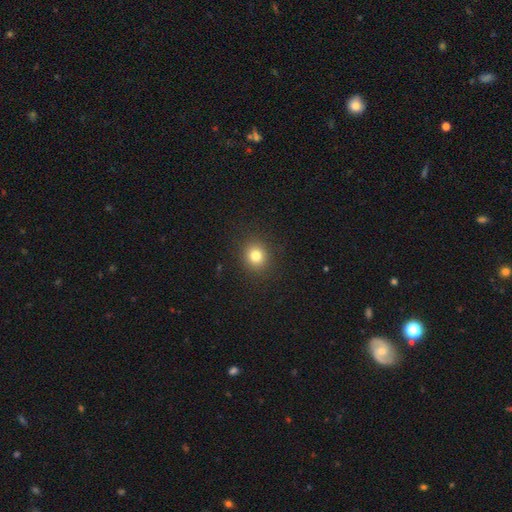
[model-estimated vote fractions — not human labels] smooth_or_featured: smooth (p=0.80) [alt: star or artifact p=0.13]
how_rounded: round (p=0.83) [alt: in between p=0.17]
merging: none (p=0.90) [alt: minor disturbance p=0.07]